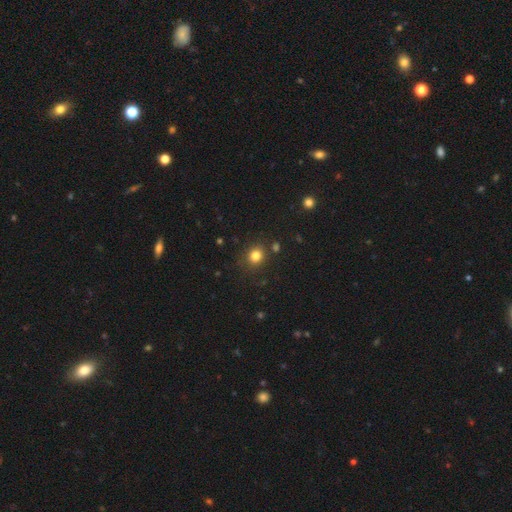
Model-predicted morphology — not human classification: smooth-or-featured: smooth: 81% | star or artifact: 13% | featured or disk: 6%
  how-rounded: round: 78% | in between: 21% | cigar-shaped: 1%
  merging: none: 83% | minor disturbance: 10% | merger: 4% | major disturbance: 3%